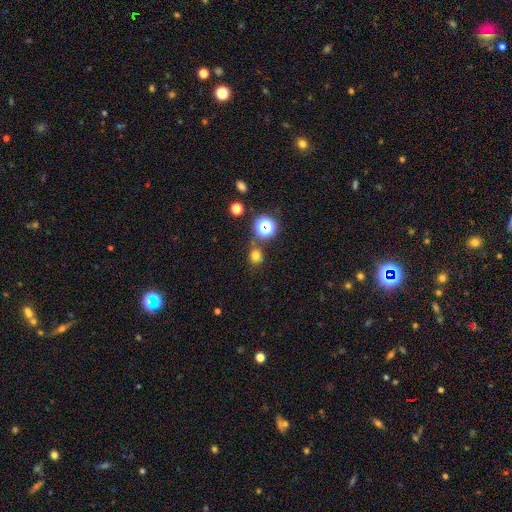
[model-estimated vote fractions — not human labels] A smooth galaxy with no disk features (70%) that is round (83%). Merging: none (80%).